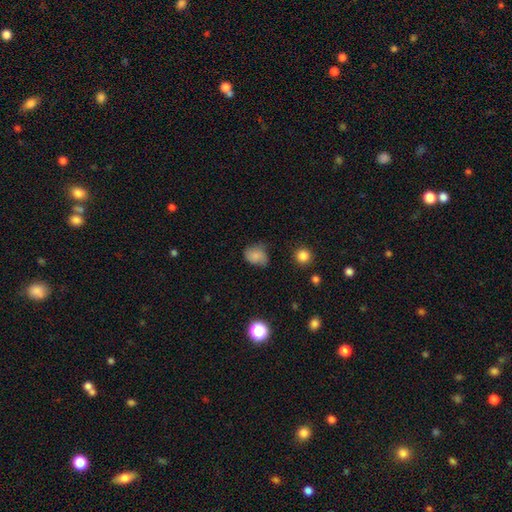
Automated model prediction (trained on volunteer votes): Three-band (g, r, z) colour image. It shows a smooth galaxy with no disk features (78%) that is in between round and cigar-shaped (60%). Merging: none (55%).